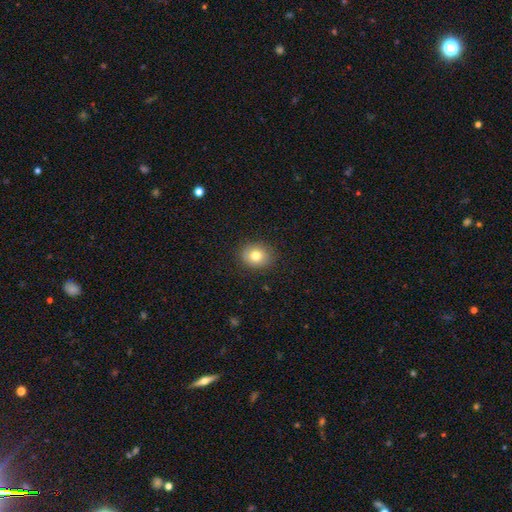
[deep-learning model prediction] Smooth or featured: smooth — 78% (featured or disk — 12%)
How rounded: round — 69% (in between — 30%)
Merging: none — 88% (minor disturbance — 9%)